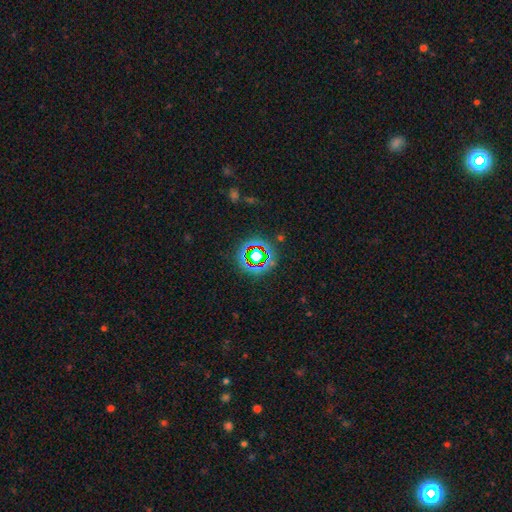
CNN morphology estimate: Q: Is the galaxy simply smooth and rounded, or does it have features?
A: star or artifact — 69%.